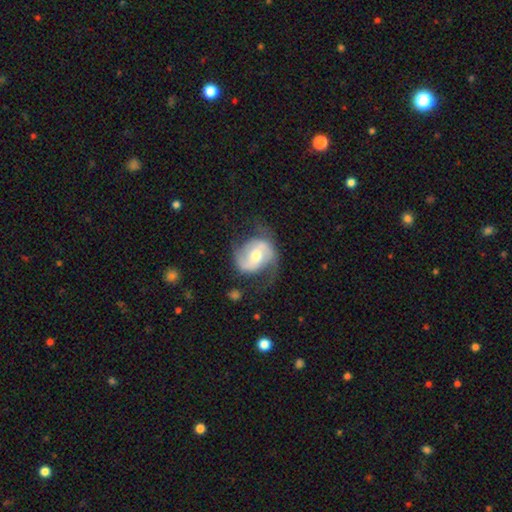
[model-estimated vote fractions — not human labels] A featured or disk galaxy (77%) with a weak bar (41%), 2 (85%) medium (44%) spiral arms (90%) and a moderate central bulge (67%). Merging: none (60%).